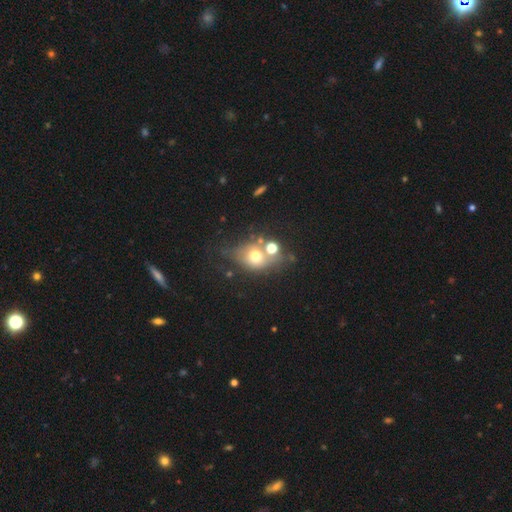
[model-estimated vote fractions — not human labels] smooth_or_featured: smooth (p=0.62) [alt: featured or disk p=0.23]
how_rounded: round (p=0.51) [alt: in between p=0.47]
merging: none (p=0.42) [alt: merger p=0.30]